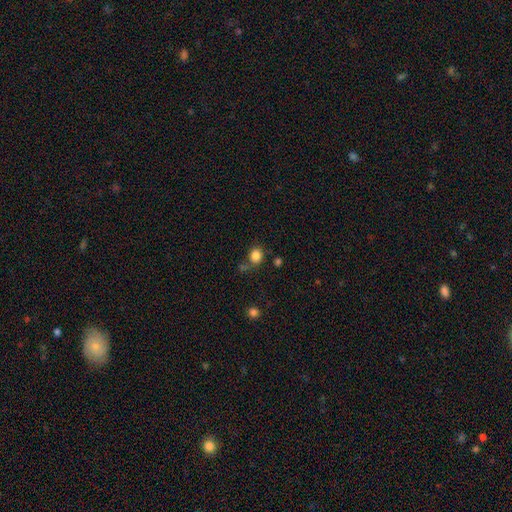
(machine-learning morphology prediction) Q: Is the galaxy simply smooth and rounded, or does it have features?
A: smooth — 84%.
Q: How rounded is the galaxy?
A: round — 70%.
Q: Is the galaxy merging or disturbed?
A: none — 65%.